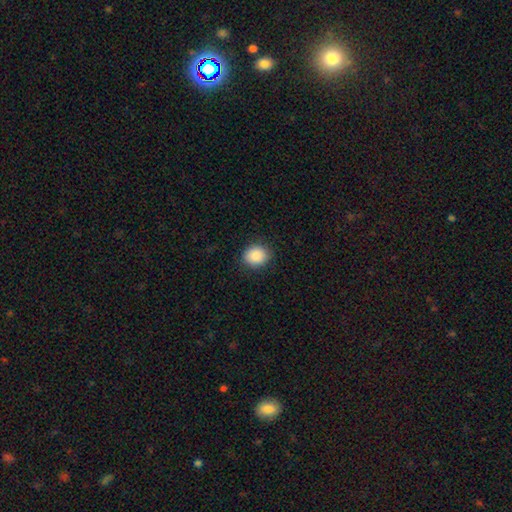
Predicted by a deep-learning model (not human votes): smooth 89%, star or artifact 8%, featured or disk 3%. Down the decision tree: how rounded — round (68%); merging — none (88%).